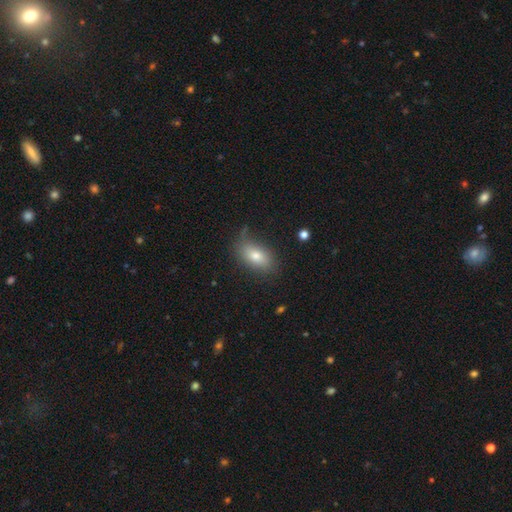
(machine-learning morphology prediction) Smooth or featured? smooth (74%)
How rounded? in between (88%)
Merging? none (73%)